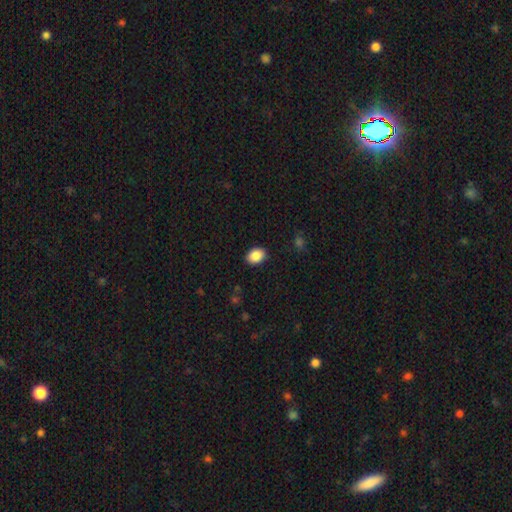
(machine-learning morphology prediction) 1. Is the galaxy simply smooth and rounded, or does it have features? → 88% smooth, 8% star or artifact, 4% featured or disk.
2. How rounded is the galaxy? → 72% in between, 27% round, 1% cigar-shaped.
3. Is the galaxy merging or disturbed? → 89% none, 8% minor disturbance, 2% major disturbance, 1% merger.